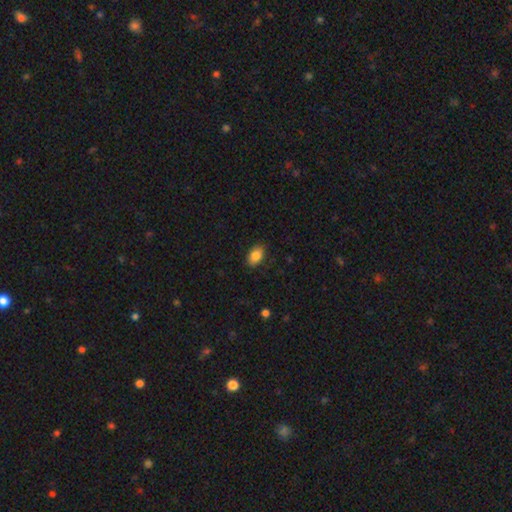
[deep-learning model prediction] Smooth or featured? smooth (86%)
How rounded? in between (88%)
Merging? none (86%)